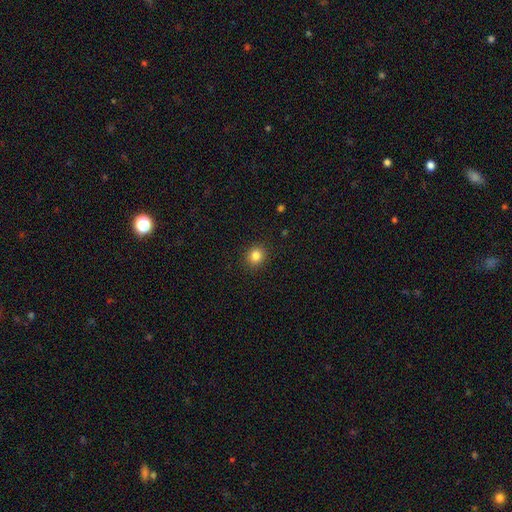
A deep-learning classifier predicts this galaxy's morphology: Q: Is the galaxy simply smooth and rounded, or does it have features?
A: smooth — 84%.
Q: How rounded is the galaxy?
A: round — 80%.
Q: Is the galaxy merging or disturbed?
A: none — 91%.